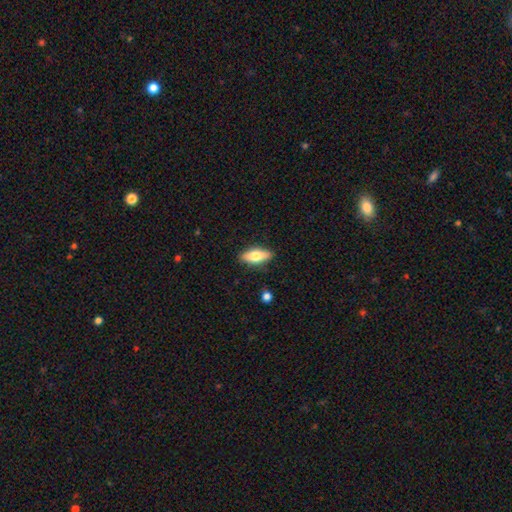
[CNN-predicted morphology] Overall: smooth (62%; featured or disk 31%). How rounded: in between (68%; cigar-shaped 29%). Merging: none (87%).